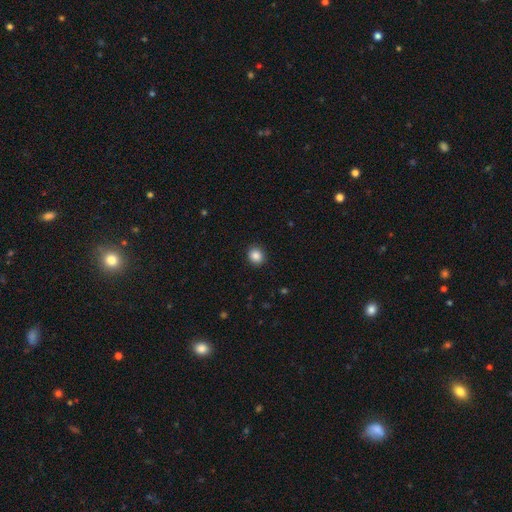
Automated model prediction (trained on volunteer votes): Smooth or featured: smooth — 87% (star or artifact — 10%)
How rounded: round — 77% (in between — 22%)
Merging: none — 91% (minor disturbance — 6%)